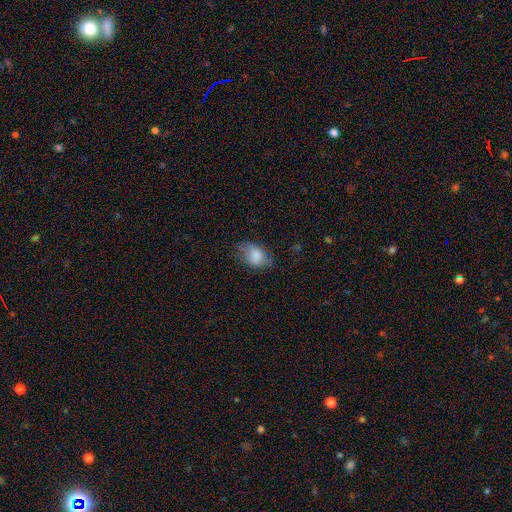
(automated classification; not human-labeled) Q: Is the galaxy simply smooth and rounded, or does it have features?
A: smooth — 79%.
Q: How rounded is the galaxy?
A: in between — 85%.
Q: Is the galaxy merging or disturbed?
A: none — 59%.